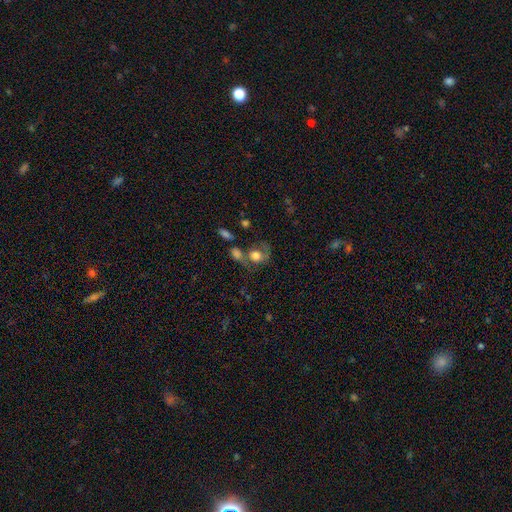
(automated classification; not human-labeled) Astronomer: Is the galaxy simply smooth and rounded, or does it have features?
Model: smooth — 61%.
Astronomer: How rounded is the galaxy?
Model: round — 61% (runner-up: in between, 38%).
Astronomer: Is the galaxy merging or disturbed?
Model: none — 37% (runner-up: merger, 25%).